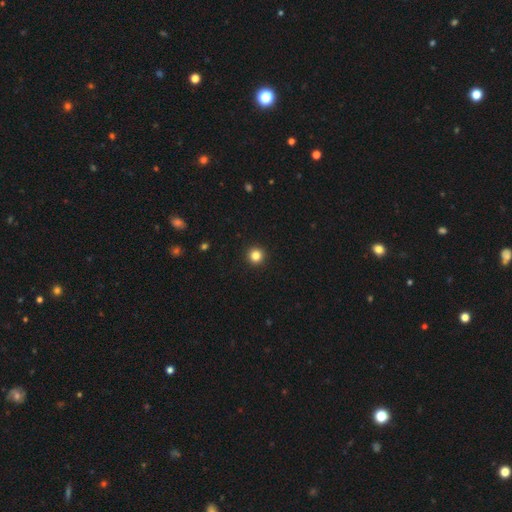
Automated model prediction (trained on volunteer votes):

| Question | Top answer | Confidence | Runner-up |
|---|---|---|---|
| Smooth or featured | smooth | 83% | star or artifact (12%) |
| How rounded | round | 96% | in between (3%) |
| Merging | none | 94% | minor disturbance (4%) |